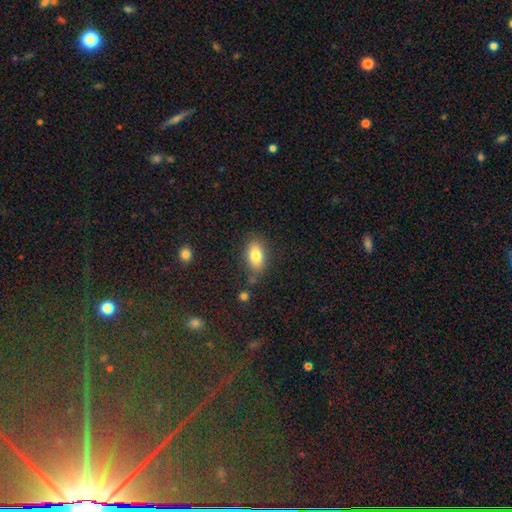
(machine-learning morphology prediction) Q: Smooth or featured?
A: smooth (80%); runner-up: featured or disk (12%)
Q: How rounded?
A: in between (88%); runner-up: round (8%)
Q: Merging?
A: none (74%); runner-up: minor disturbance (17%)